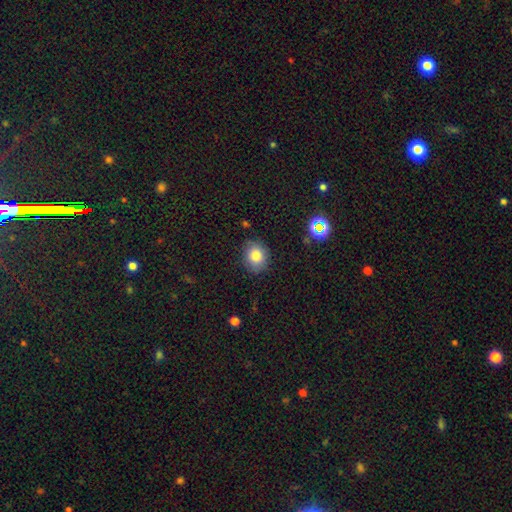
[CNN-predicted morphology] type=smooth (82%); roundness=round (63%); merging=none (82%).